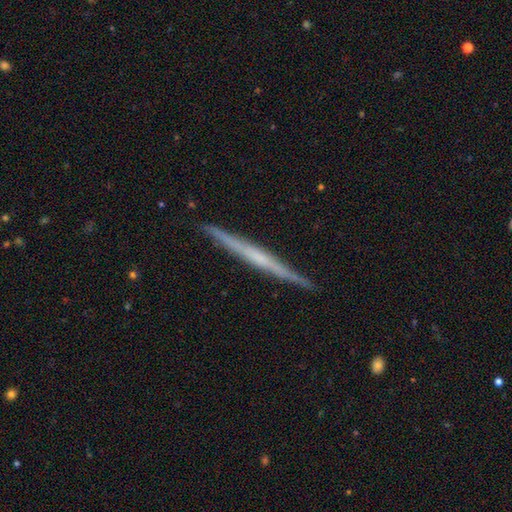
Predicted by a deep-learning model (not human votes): A featured or disk galaxy (67%) viewed edge-on (98%) with no central bulge (69%). Merging: none (91%).